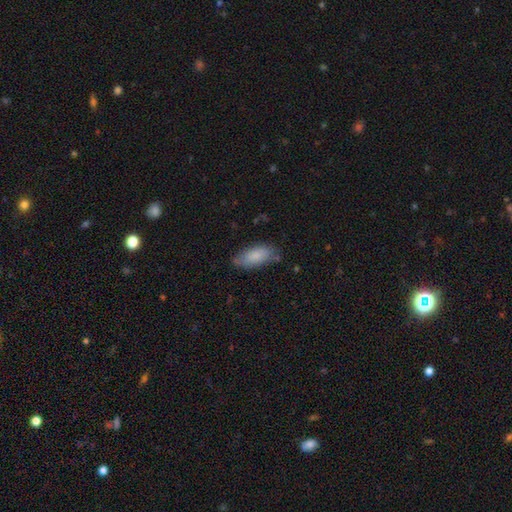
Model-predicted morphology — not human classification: smooth-or-featured: smooth: 83% | featured or disk: 11% | star or artifact: 6%
  how-rounded: in between: 85% | cigar-shaped: 13% | round: 2%
  merging: none: 71% | minor disturbance: 22% | major disturbance: 4% | merger: 2%